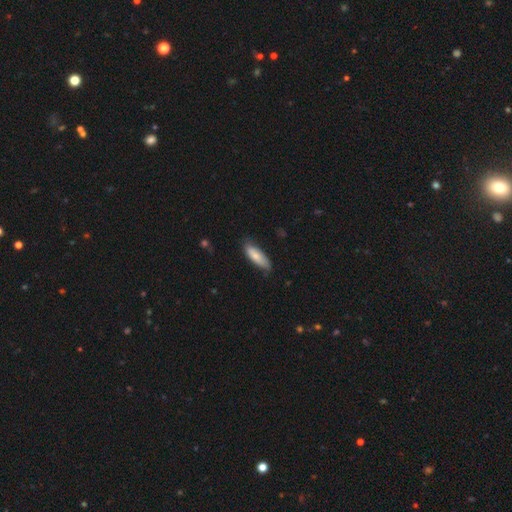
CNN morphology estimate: Overall: smooth (78%). How rounded: in between (62%; cigar-shaped 36%). Merging: none (74%).